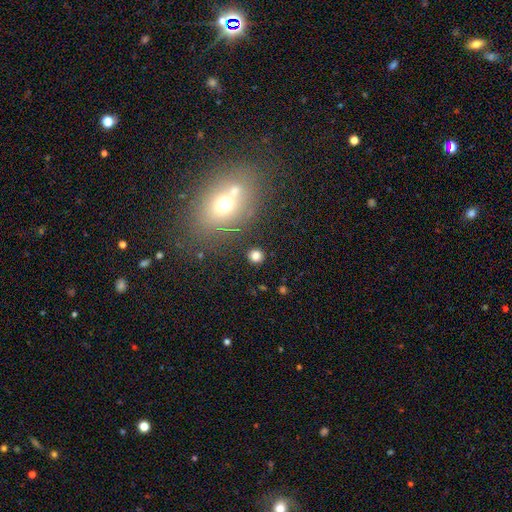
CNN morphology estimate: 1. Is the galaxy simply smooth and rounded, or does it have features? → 78% smooth, 15% star or artifact, 7% featured or disk.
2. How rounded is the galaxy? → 86% round, 12% in between, 1% cigar-shaped.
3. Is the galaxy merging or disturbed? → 88% none, 6% minor disturbance, 3% merger, 3% major disturbance.